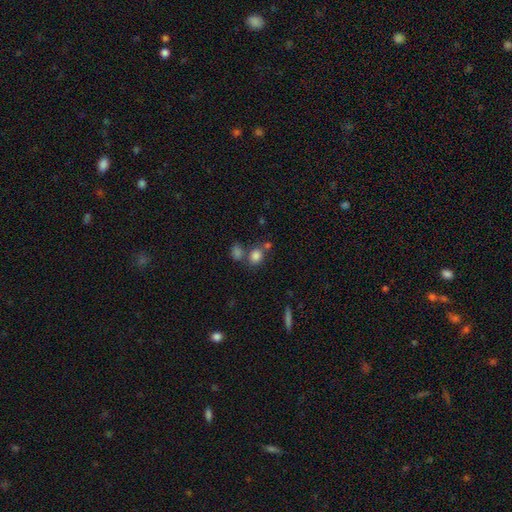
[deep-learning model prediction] The model was most divided on "how rounded": round: 56%, in between: 42%, cigar-shaped: 2%. More confident: smooth or featured — smooth (82%); merging — none (56%).